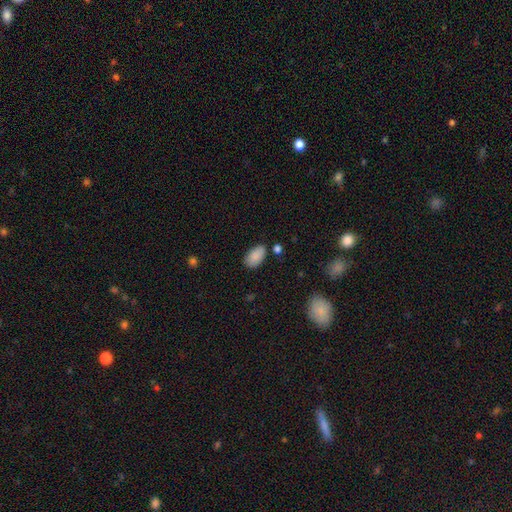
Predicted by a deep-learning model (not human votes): Morphology: type=smooth (88%); roundness=in between (94%); merging=none (77%).